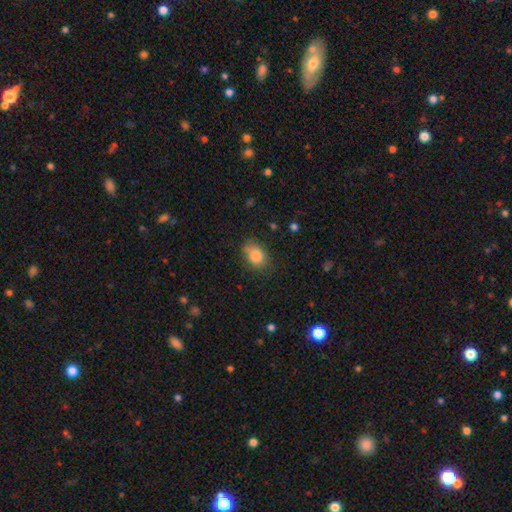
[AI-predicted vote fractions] This is clearly a smooth galaxy (84%). How rounded: likely in between (71%). Merging: likely none (67%).